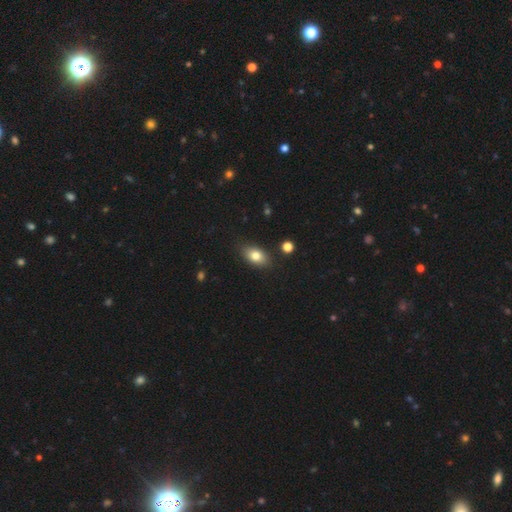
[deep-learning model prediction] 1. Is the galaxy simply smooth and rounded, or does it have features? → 80% smooth, 12% featured or disk, 9% star or artifact.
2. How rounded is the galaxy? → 86% in between, 11% round, 3% cigar-shaped.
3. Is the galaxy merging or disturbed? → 83% none, 12% minor disturbance, 3% major disturbance, 2% merger.